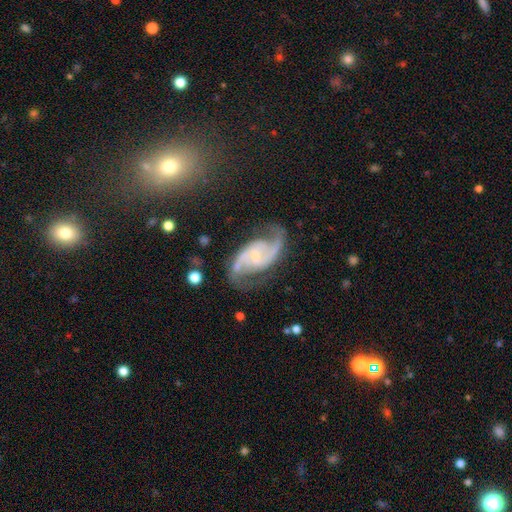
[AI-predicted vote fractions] Morphology: type=featured or disk (91%); edge-on=no (97%); bar=no (46%); spiral arms=yes (98%); winding=medium (53%); arm count=2 (92%); bulge=small (70%); merging=none (73%).